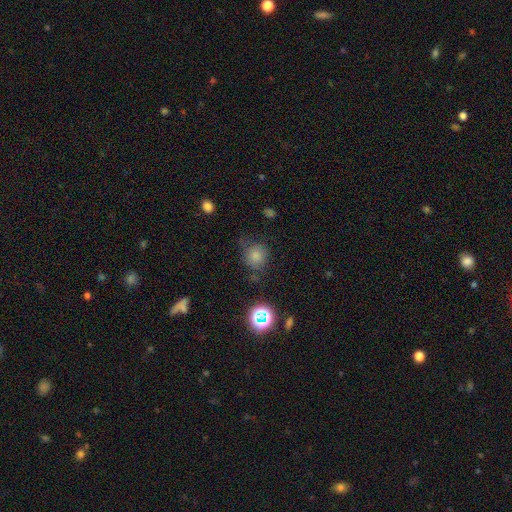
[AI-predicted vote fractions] Q: Smooth or featured?
A: smooth (74%); runner-up: star or artifact (18%)
Q: How rounded?
A: round (87%); runner-up: in between (12%)
Q: Merging?
A: none (67%); runner-up: minor disturbance (20%)